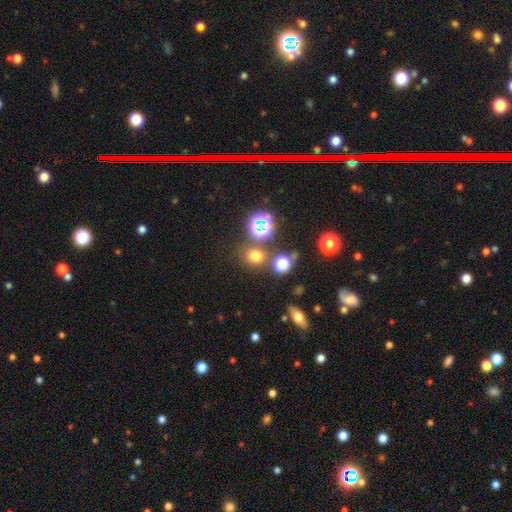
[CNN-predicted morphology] Smooth or featured: smooth — 64% (star or artifact — 29%)
How rounded: round — 78% (in between — 20%)
Merging: none — 75% (merger — 12%)